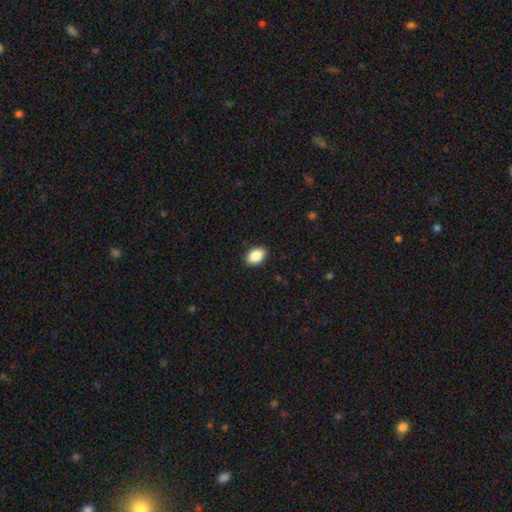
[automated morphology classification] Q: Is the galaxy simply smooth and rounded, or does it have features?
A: smooth — 89%.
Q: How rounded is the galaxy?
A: in between — 86%.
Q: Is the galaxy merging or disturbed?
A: none — 90%.